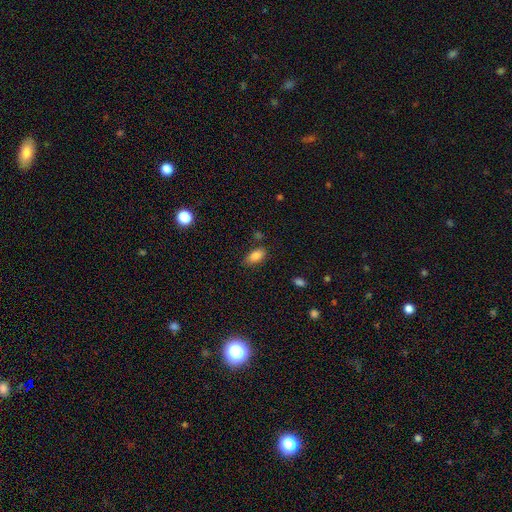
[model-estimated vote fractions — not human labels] Morphology: type=smooth (85%); roundness=in between (90%); merging=none (78%).